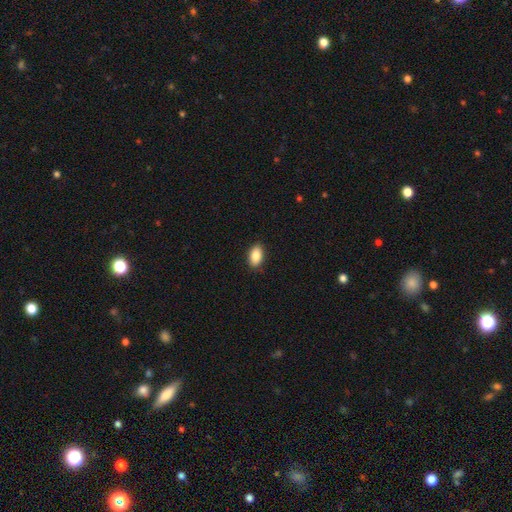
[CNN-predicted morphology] This appears to be a smooth galaxy with no disk features (88%) that is in between round and cigar-shaped (92%). Merging: none (89%).